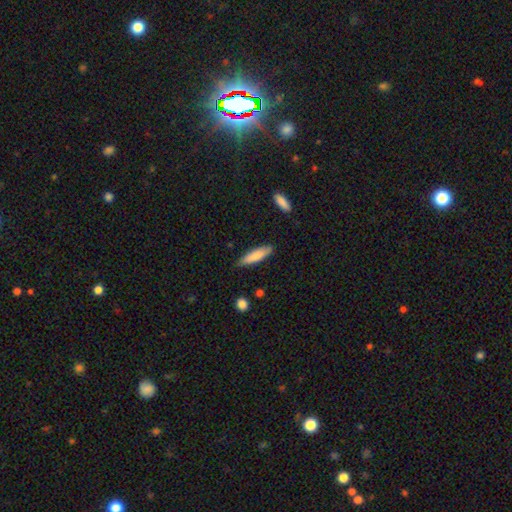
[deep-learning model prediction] Overall: smooth (79%). How rounded: cigar-shaped (68%; in between 31%). Merging: none (80%).